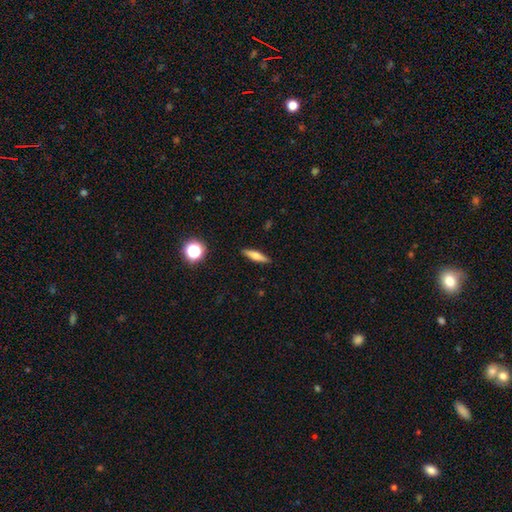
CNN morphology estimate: smooth-or-featured: smooth: 62% | featured or disk: 30% | star or artifact: 8%
  how-rounded: cigar-shaped: 73% | in between: 24% | round: 3%
  merging: none: 90% | minor disturbance: 7% | major disturbance: 2% | merger: 1%